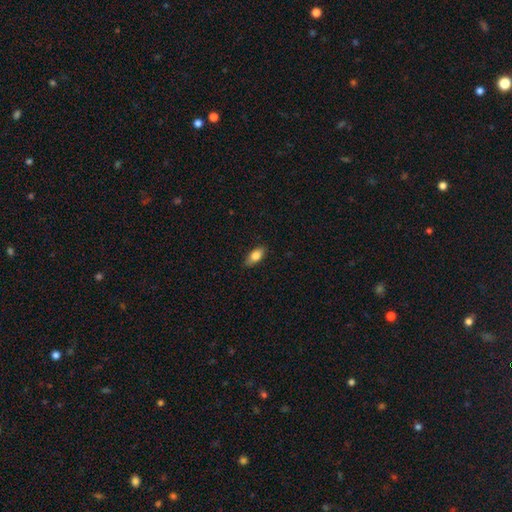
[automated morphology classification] This is clearly a smooth galaxy (81%). How rounded: clearly in between (86%). Merging: clearly none (87%).